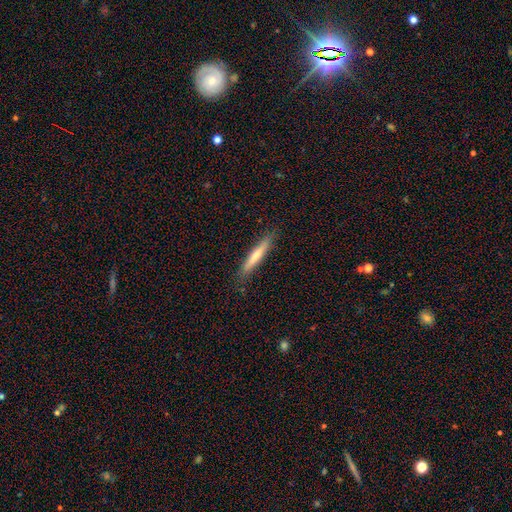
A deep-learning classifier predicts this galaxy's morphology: A smooth galaxy with no disk features (59%) that is cigar-shaped (94%). Merging: none (88%).